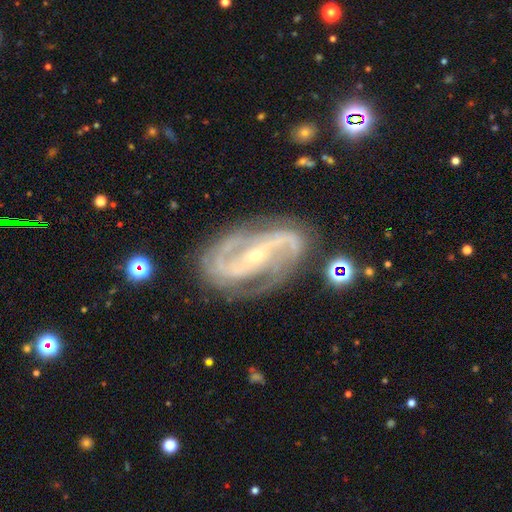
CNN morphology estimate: smooth-or-featured: featured or disk: 91% | star or artifact: 6% | smooth: 4%
  disk-edge-on: no: 96% | yes: 4%
    bar: strong: 51% | no: 25% | weak: 24%
    has-spiral-arms: yes: 97% | no: 3%
      spiral-winding: medium: 50% | tight: 30% | loose: 20%
      spiral-arm-count: 2: 79% | 3: 8% | can't tell: 5% | 4: 3% | 1: 2% | more than 4: 2%
    bulge-size: small: 78% | moderate: 19% | large: 1% | none: 1% | dominant: 1%
  merging: none: 73% | minor disturbance: 17% | major disturbance: 8% | merger: 2%